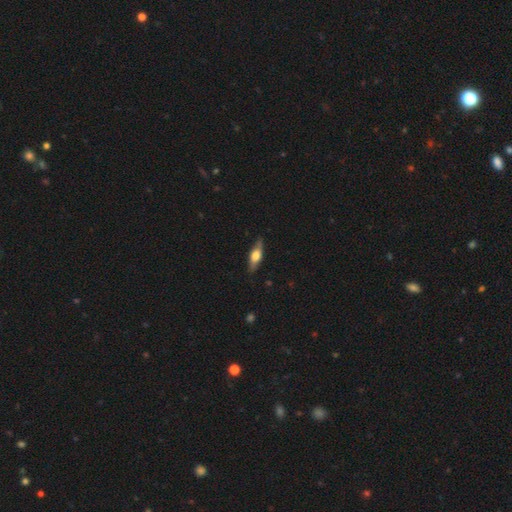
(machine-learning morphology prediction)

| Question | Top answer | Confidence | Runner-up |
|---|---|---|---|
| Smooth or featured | smooth | 48% | featured or disk (46%) |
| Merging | none | 83% | minor disturbance (13%) |